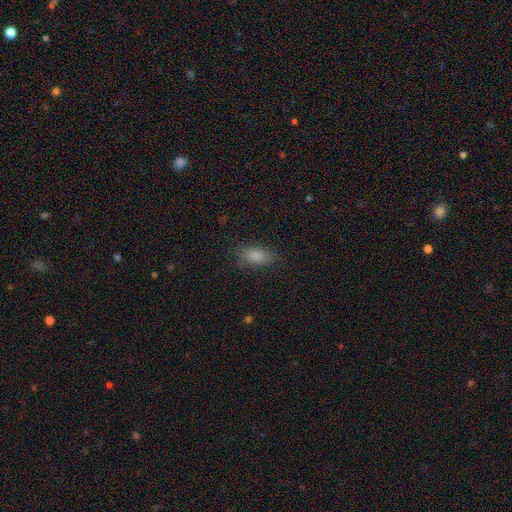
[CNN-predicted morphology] smooth-or-featured: smooth: 80% | star or artifact: 12% | featured or disk: 7%
  how-rounded: in between: 87% | round: 7% | cigar-shaped: 6%
  merging: none: 83% | minor disturbance: 12% | major disturbance: 4% | merger: 1%